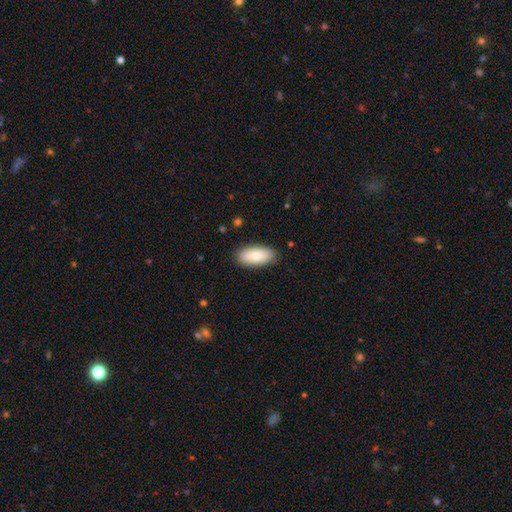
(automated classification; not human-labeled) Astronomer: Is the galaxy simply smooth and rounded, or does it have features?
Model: smooth — 80%.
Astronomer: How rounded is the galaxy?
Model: in between — 91%.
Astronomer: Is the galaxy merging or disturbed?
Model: none — 87%.